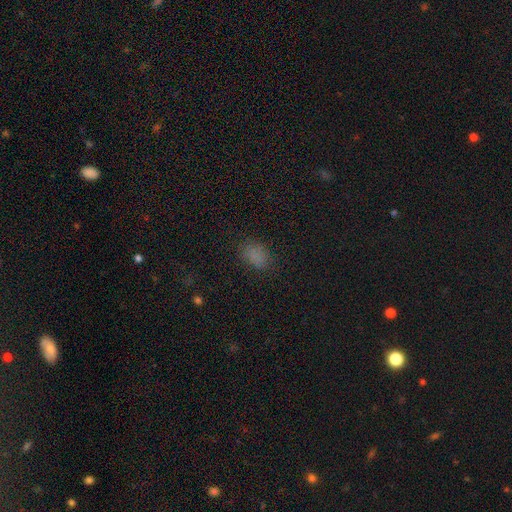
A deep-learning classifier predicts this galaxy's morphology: The model was most divided on "how rounded": in between: 78%, round: 21%, cigar-shaped: 2%. More confident: merging — none (79%); smooth or featured — smooth (79%).